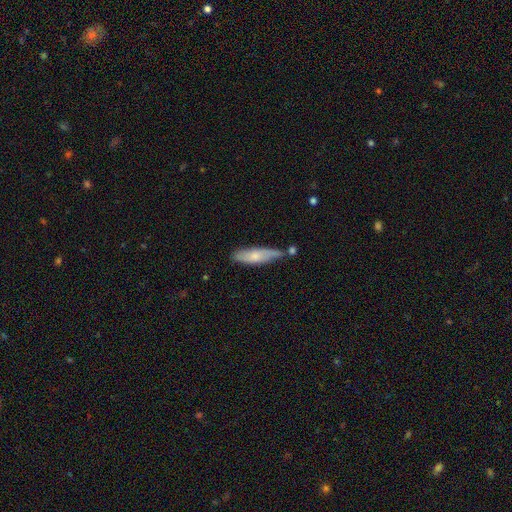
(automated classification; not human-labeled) smooth 65%, featured or disk 30%, star or artifact 6%. Down the decision tree: how rounded — cigar-shaped (70%); merging — none (62%).